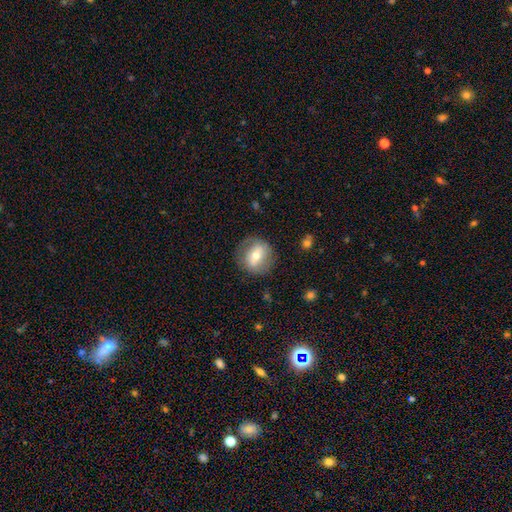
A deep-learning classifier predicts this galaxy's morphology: The model was most divided on "smooth or featured": smooth: 48%, featured or disk: 44%, star or artifact: 8%. More confident: merging — none (78%).